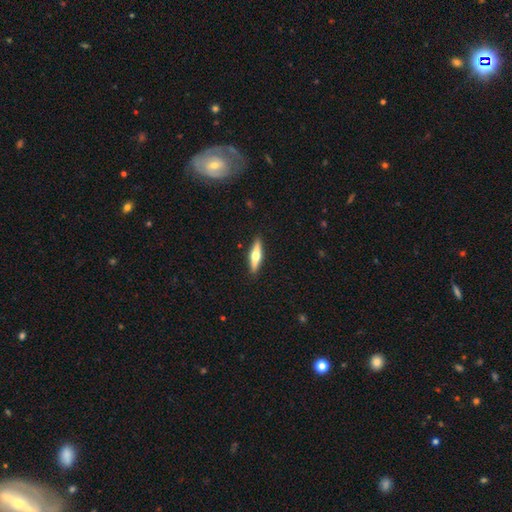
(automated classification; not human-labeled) This appears to be a featured or disk galaxy (54%) viewed edge-on (95%) with a rounded central bulge (94%). Merging: none (91%).